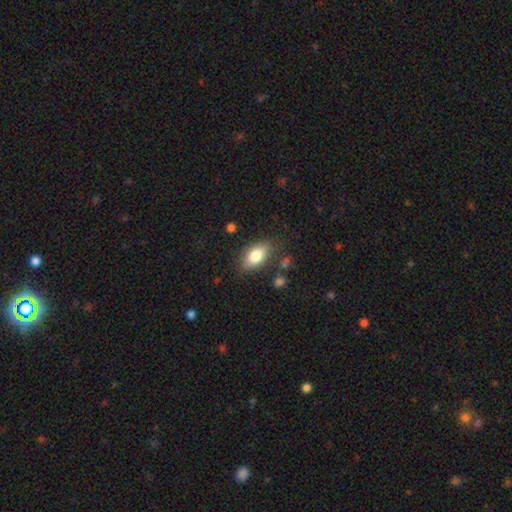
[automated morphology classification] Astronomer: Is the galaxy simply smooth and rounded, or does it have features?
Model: smooth — 81%.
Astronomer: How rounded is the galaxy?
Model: in between — 90%.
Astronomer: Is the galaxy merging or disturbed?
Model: none — 79%.